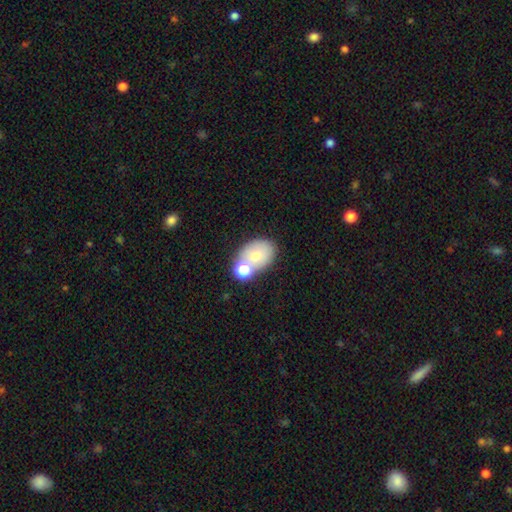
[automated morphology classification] smooth_or_featured: smooth (p=0.64) [alt: featured or disk p=0.25]
how_rounded: in between (p=0.64) [alt: round p=0.34]
merging: none (p=0.51) [alt: merger p=0.31]